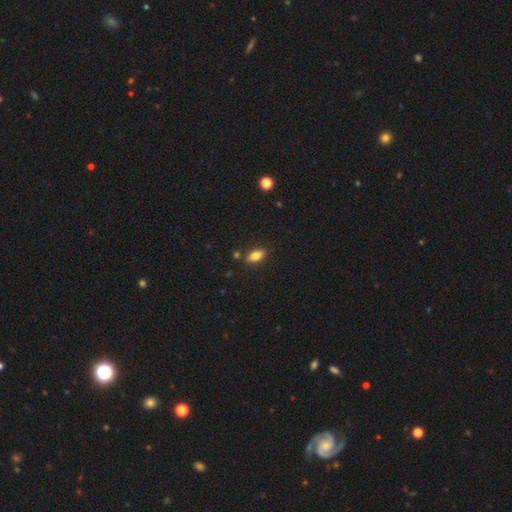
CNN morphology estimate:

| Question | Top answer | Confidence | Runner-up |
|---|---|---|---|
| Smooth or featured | smooth | 82% | featured or disk (10%) |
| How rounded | in between | 88% | cigar-shaped (8%) |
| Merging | none | 85% | minor disturbance (10%) |